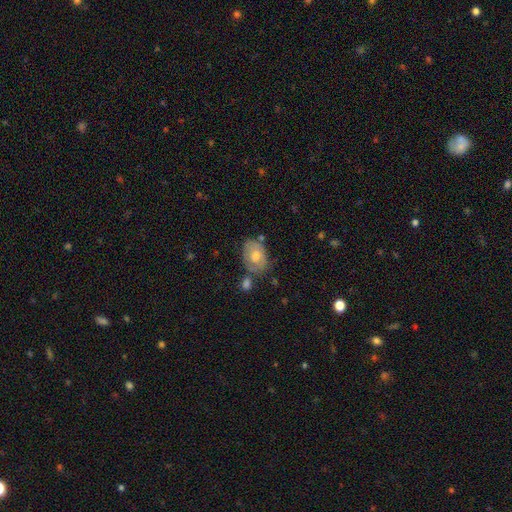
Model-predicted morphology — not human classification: Q: Smooth or featured?
A: smooth (52%); runner-up: featured or disk (40%)
Q: How rounded?
A: in between (77%); runner-up: round (22%)
Q: Merging?
A: none (59%); runner-up: minor disturbance (21%)